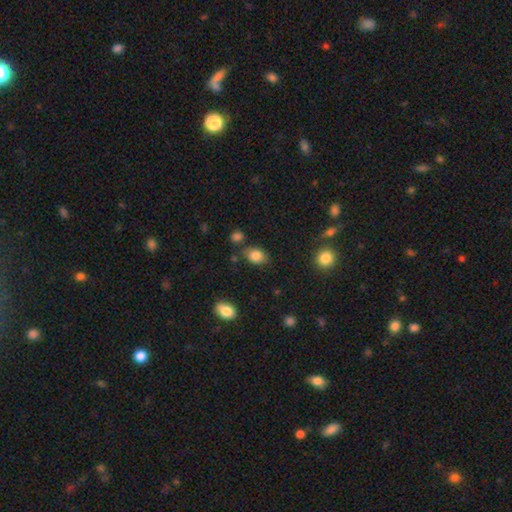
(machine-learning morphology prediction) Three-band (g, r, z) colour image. It shows a smooth galaxy with no disk features (85%) that is in between round and cigar-shaped (70%). Merging: none (73%).